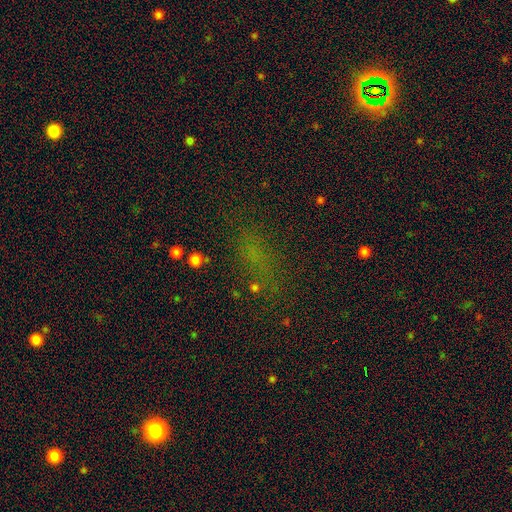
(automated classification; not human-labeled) Smooth or featured?
  - smooth: 45% *
  - star or artifact: 41%
  - featured or disk: 14%
Merging?
  - none: 69% *
  - minor disturbance: 16%
  - major disturbance: 11%
  - merger: 4%